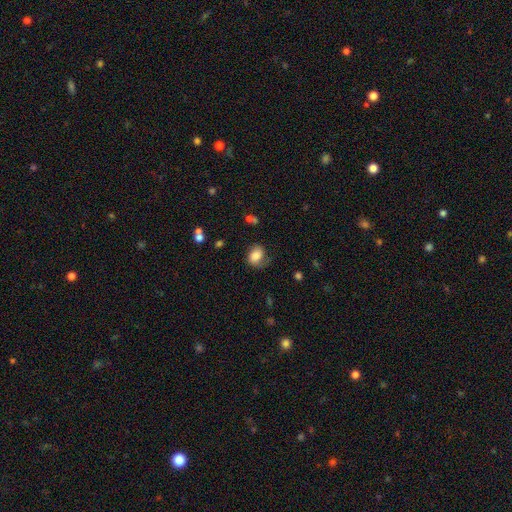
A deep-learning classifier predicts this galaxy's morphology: Q: Smooth or featured?
A: smooth (63%); runner-up: featured or disk (28%)
Q: How rounded?
A: in between (57%); runner-up: round (41%)
Q: Merging?
A: none (49%); runner-up: minor disturbance (28%)